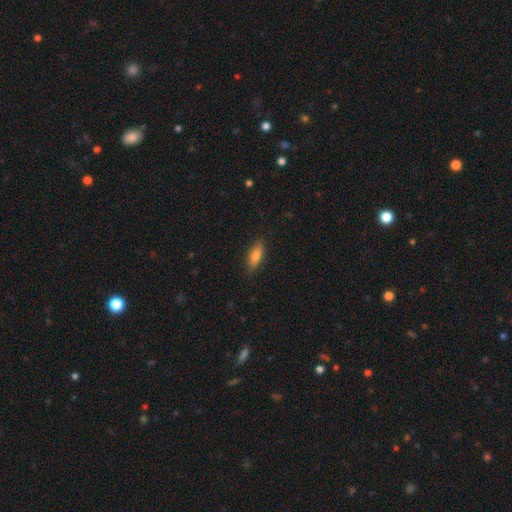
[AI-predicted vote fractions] A smooth galaxy with no disk features (79%) that is in between round and cigar-shaped (64%). Merging: none (85%).